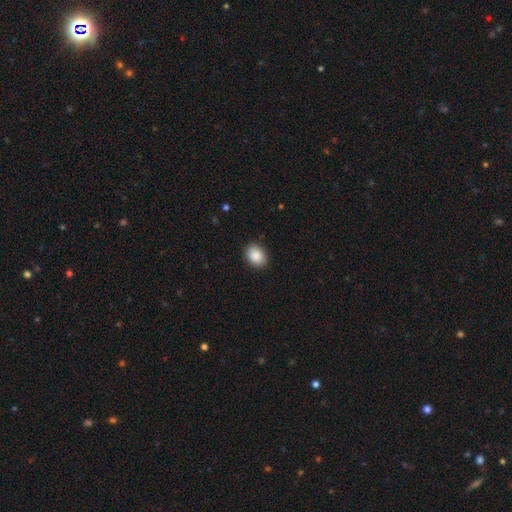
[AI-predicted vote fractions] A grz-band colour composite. It shows a smooth galaxy with no disk features (88%) that is in between round and cigar-shaped (64%). Merging: none (88%).